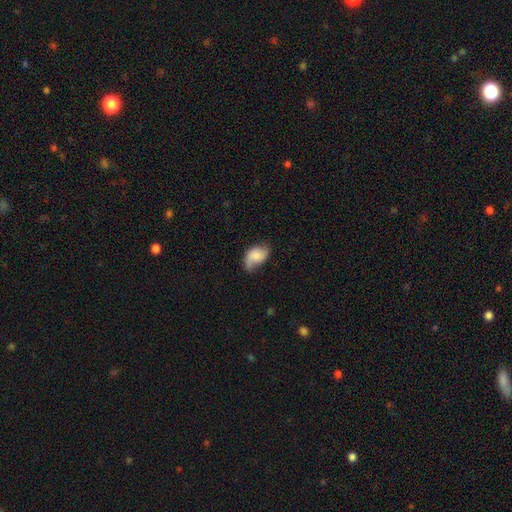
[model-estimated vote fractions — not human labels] smooth_or_featured: smooth (p=0.56) [alt: featured or disk p=0.36]
how_rounded: in between (p=0.87) [alt: round p=0.12]
merging: none (p=0.45) [alt: minor disturbance p=0.37]